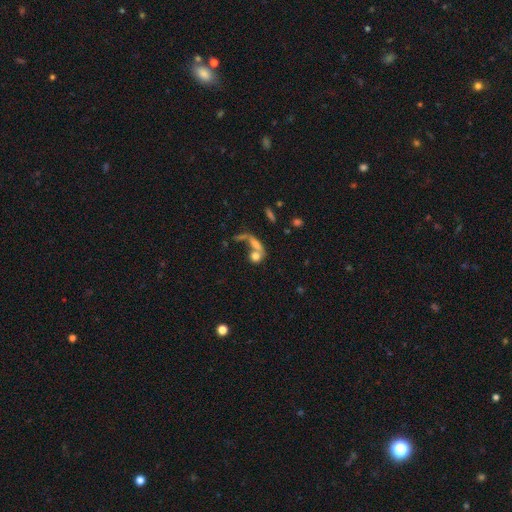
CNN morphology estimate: Smooth or featured?
  - smooth: 67% *
  - featured or disk: 21%
  - star or artifact: 12%
How rounded?
  - round: 49% *
  - in between: 41%
  - cigar-shaped: 10%
Merging?
  - merger: 48% *
  - none: 30%
  - major disturbance: 13%
  - minor disturbance: 9%